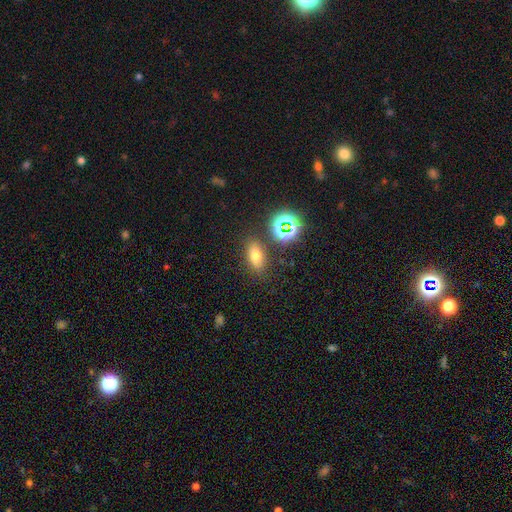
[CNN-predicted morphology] This appears to be a smooth galaxy with no disk features (67%) that is in between round and cigar-shaped (77%). Merging: none (82%).